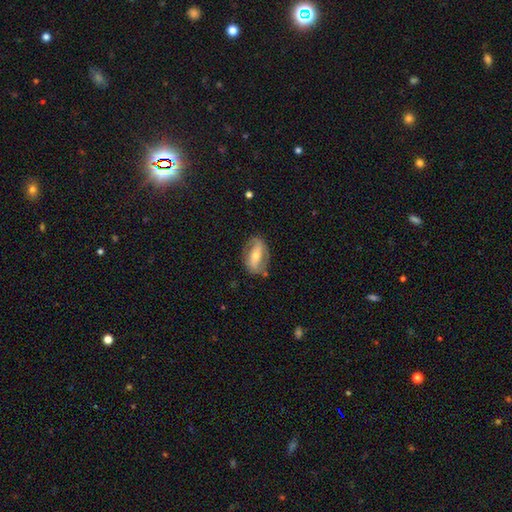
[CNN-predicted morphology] smooth-or-featured: featured or disk: 66% | smooth: 26% | star or artifact: 8%
  disk-edge-on: no: 88% | yes: 12%
    bar: strong: 50% | weak: 27% | no: 23%
    has-spiral-arms: yes: 67% | no: 33%
    bulge-size: moderate: 52% | small: 43% | large: 3% | none: 1% | dominant: 1%
  merging: none: 75% | minor disturbance: 17% | major disturbance: 6% | merger: 2%